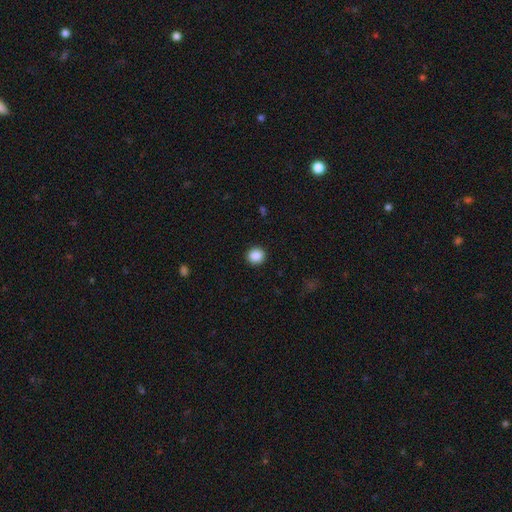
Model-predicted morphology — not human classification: Smooth or featured: smooth — 88% (star or artifact — 9%)
How rounded: round — 87% (in between — 12%)
Merging: none — 91% (minor disturbance — 6%)